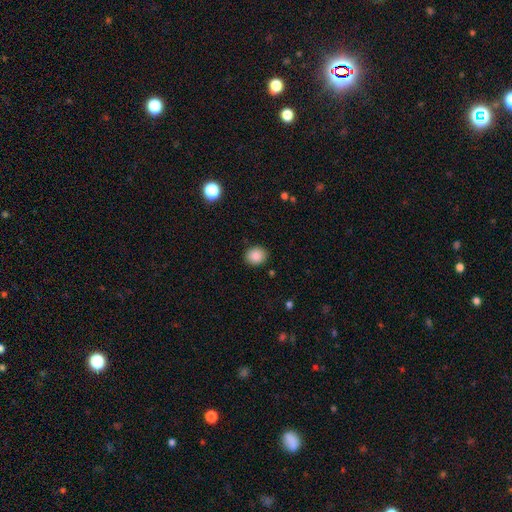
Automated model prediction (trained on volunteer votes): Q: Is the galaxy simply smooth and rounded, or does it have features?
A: smooth — 88%.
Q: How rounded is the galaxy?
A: round — 66%.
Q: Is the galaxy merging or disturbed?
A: none — 89%.